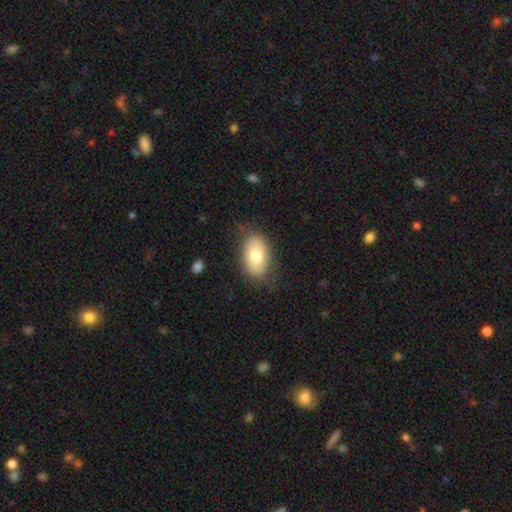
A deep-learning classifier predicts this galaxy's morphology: Overall: smooth (76%). How rounded: in between (92%). Merging: none (79%).